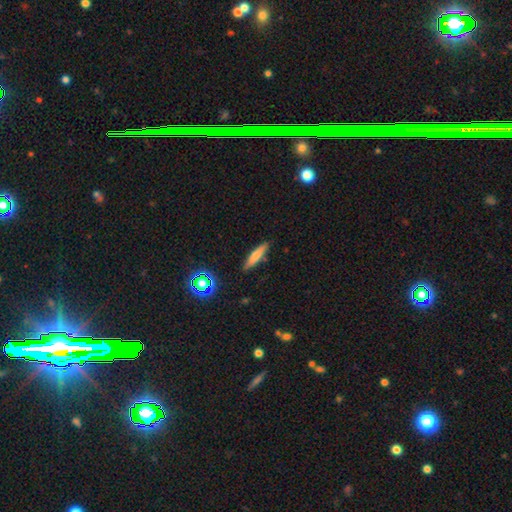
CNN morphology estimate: This appears to be a smooth galaxy with no disk features (70%) that is cigar-shaped (82%). Merging: none (85%).